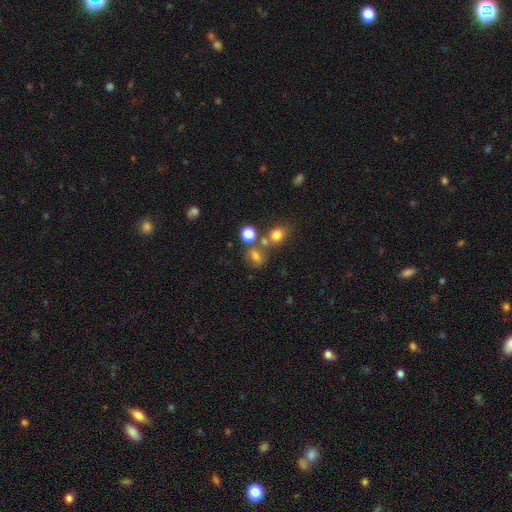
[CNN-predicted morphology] Smooth or featured? Predicted: smooth (p=0.69). How rounded? Predicted: round (p=0.51). Merging? Predicted: none (p=0.54).